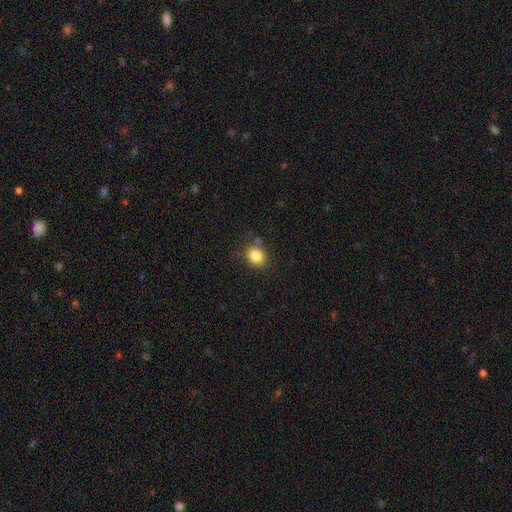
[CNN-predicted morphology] smooth 84%, star or artifact 10%, featured or disk 6%. Down the decision tree: how rounded — round (53%); merging — none (75%).